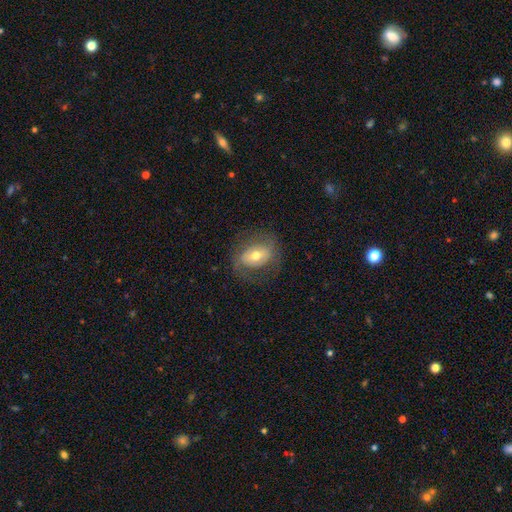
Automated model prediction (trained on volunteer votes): Smooth or featured? Predicted: smooth (p=0.46). Merging? Predicted: none (p=0.72).